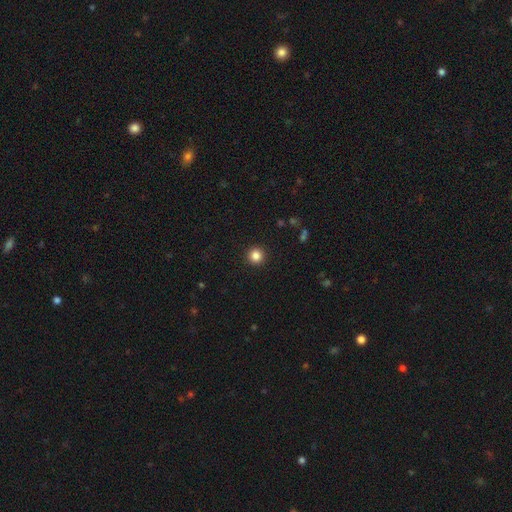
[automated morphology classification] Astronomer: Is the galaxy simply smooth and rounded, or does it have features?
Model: smooth — 85%.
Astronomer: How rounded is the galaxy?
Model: round — 96%.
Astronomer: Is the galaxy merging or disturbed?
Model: none — 93%.